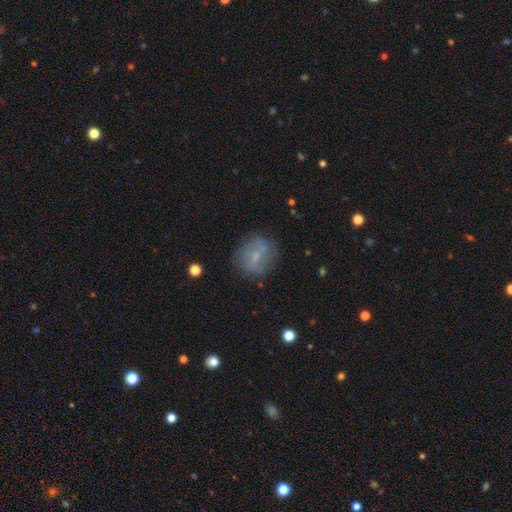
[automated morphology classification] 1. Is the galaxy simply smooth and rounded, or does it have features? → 51% smooth, 38% featured or disk, 11% star or artifact.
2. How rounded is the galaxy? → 75% round, 24% in between, 2% cigar-shaped.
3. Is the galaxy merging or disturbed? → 72% none, 17% minor disturbance, 7% major disturbance, 4% merger.